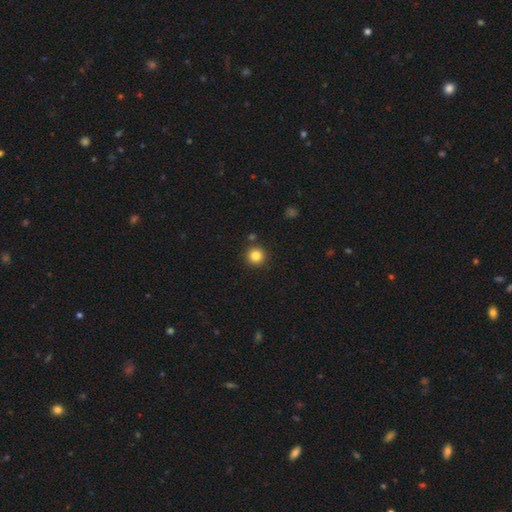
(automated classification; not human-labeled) This appears to be a smooth galaxy with no disk features (83%) that is round (95%). Merging: none (89%).